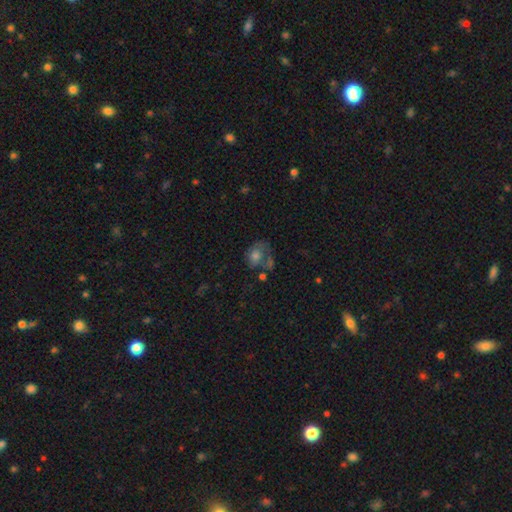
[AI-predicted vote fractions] Smooth or featured? smooth (53%)
How rounded? in between (60%)
Merging? major disturbance (31%)